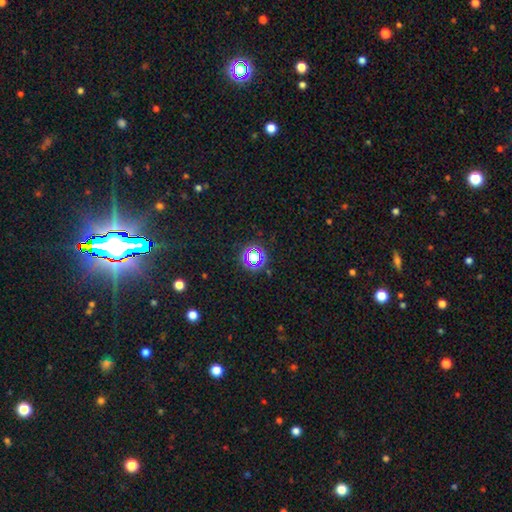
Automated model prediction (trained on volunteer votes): Morphology: type=star or artifact (72%).